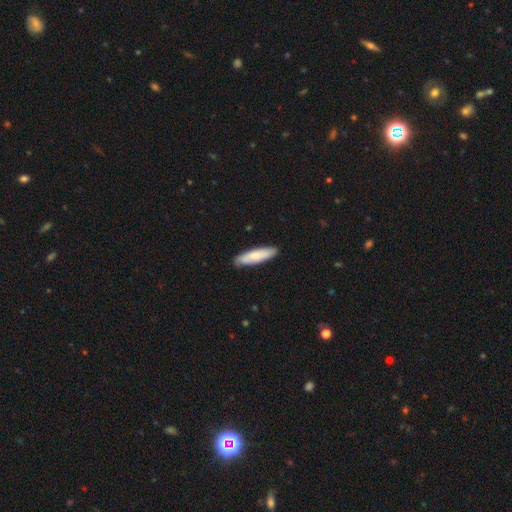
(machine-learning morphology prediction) Smooth or featured? smooth (79%)
How rounded? cigar-shaped (65%)
Merging? none (86%)